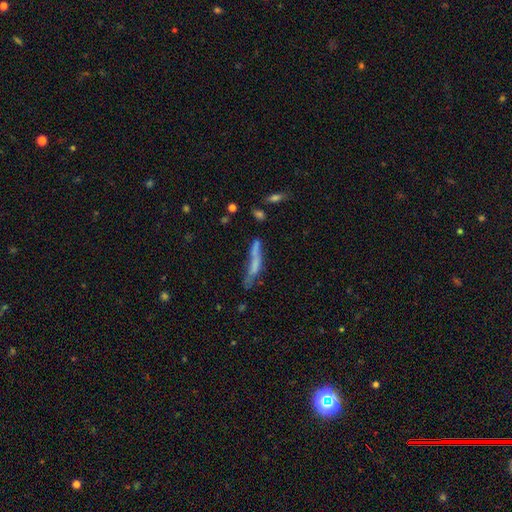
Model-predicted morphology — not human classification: Q: Smooth or featured?
A: smooth (51%); runner-up: featured or disk (39%)
Q: How rounded?
A: cigar-shaped (87%); runner-up: in between (11%)
Q: Merging?
A: none (42%); runner-up: minor disturbance (25%)